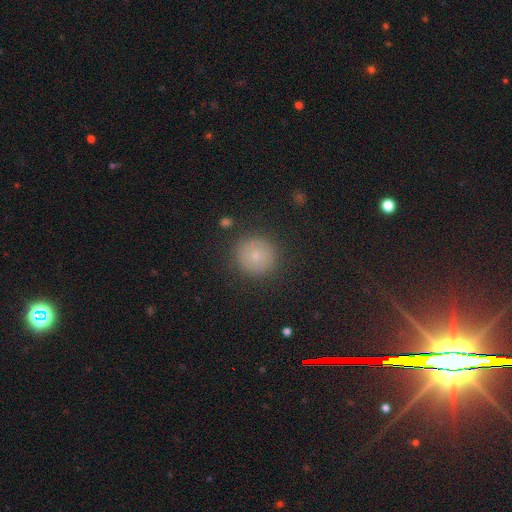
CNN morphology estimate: The model was most divided on "smooth or featured": smooth: 77%, star or artifact: 12%, featured or disk: 11%. More confident: how rounded — round (93%); merging — none (88%).